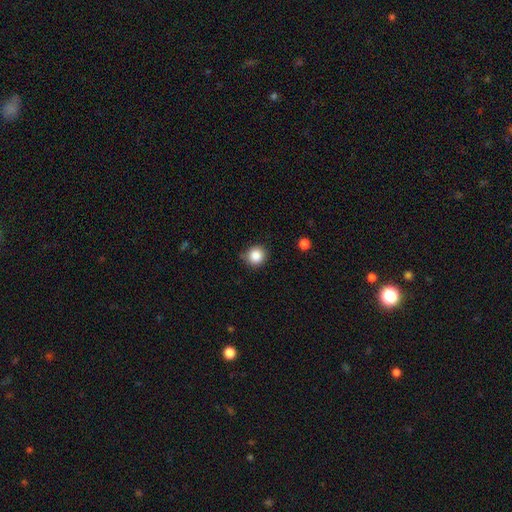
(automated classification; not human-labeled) This appears to be a smooth galaxy with no disk features (86%) that is round (92%). Merging: none (81%).